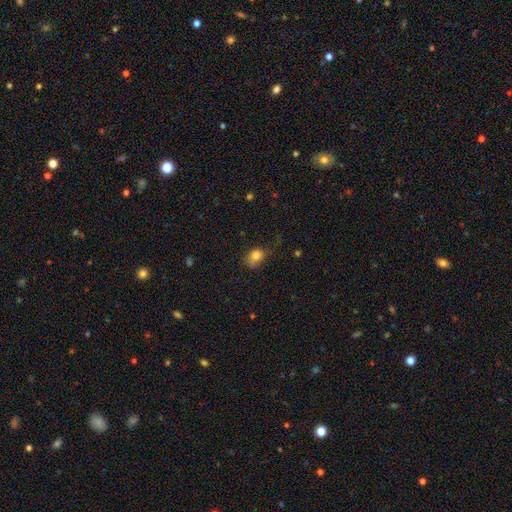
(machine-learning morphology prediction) A smooth galaxy with no disk features (80%) that is in between round and cigar-shaped (51%). Merging: none (54%).